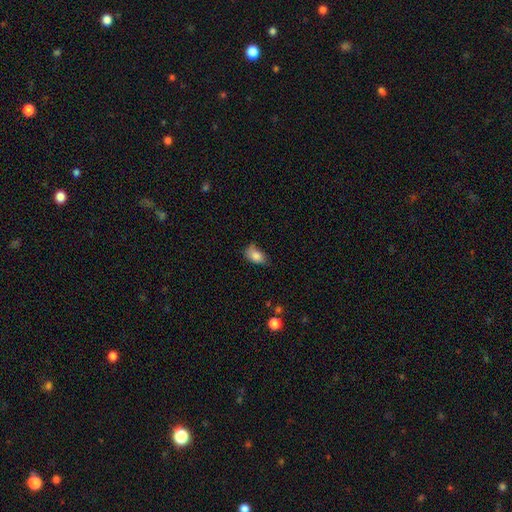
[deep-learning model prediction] smooth-or-featured: smooth: 84% | star or artifact: 8% | featured or disk: 8%
  how-rounded: in between: 88% | round: 9% | cigar-shaped: 3%
  merging: none: 53% | minor disturbance: 36% | major disturbance: 9% | merger: 3%